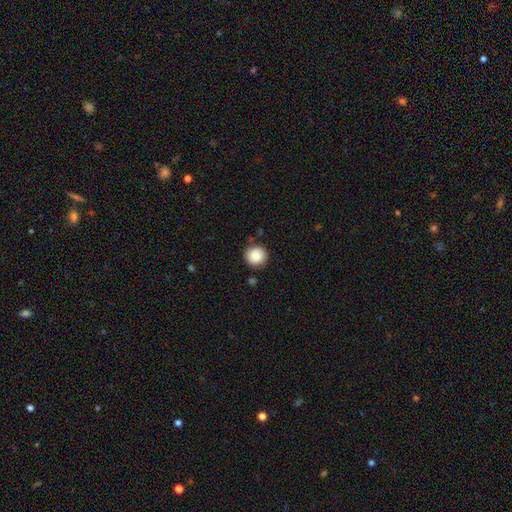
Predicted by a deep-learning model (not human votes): Smooth or featured? Predicted: smooth (p=0.85). How rounded? Predicted: round (p=0.93). Merging? Predicted: none (p=0.85).